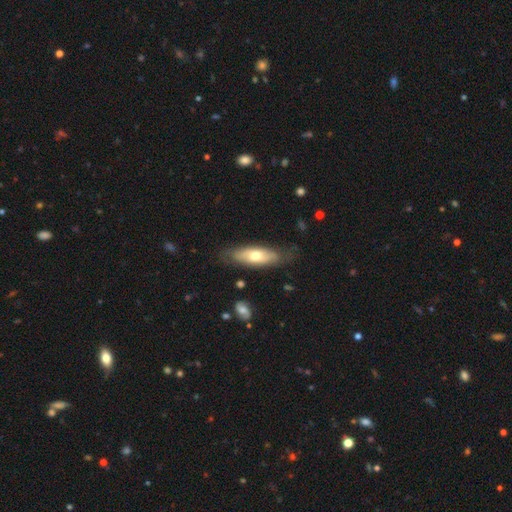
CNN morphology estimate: A smooth galaxy with no disk features (55%) that is in between round and cigar-shaped (60%). Merging: none (74%).